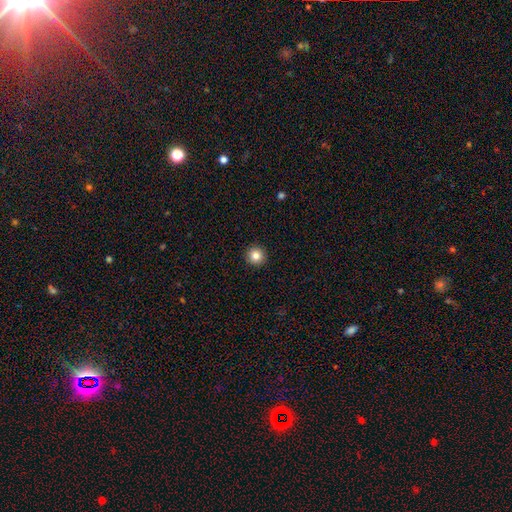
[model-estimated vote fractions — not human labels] smooth_or_featured: smooth (p=0.84) [alt: star or artifact p=0.11]
how_rounded: round (p=0.96) [alt: in between p=0.03]
merging: none (p=0.94) [alt: minor disturbance p=0.04]